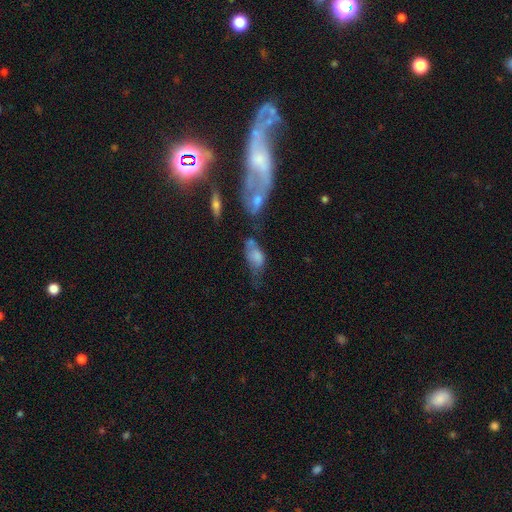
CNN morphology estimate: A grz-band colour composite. It shows a smooth galaxy with no disk features (68%) that is in between round and cigar-shaped (87%). Merging: minor disturbance (28%).